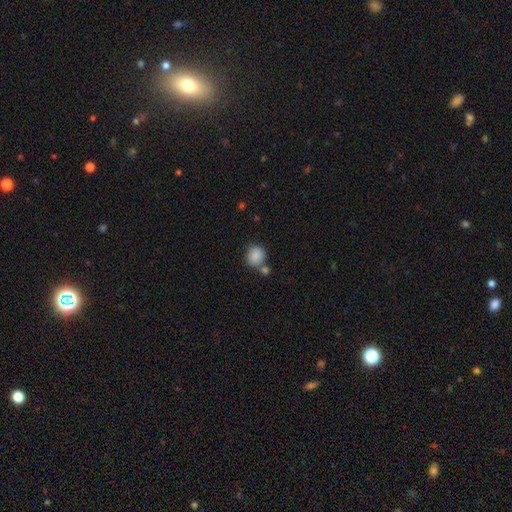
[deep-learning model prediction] Overall: smooth (87%). How rounded: round (72%). Merging: none (59%; merger 23%).